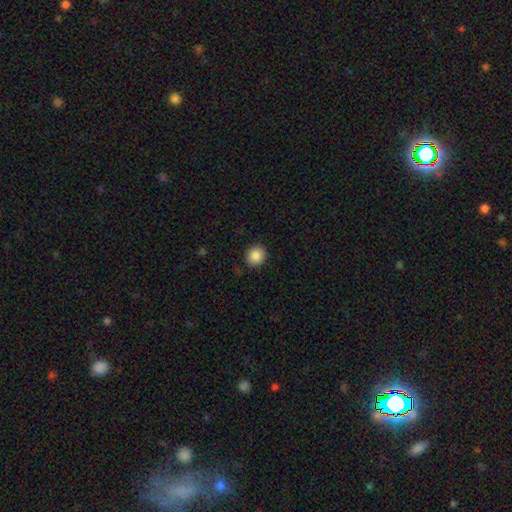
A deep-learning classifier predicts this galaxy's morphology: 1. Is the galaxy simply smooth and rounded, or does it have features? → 87% smooth, 9% star or artifact, 4% featured or disk.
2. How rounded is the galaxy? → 84% round, 15% in between, 1% cigar-shaped.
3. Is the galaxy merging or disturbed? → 89% none, 8% minor disturbance, 2% major disturbance, 1% merger.